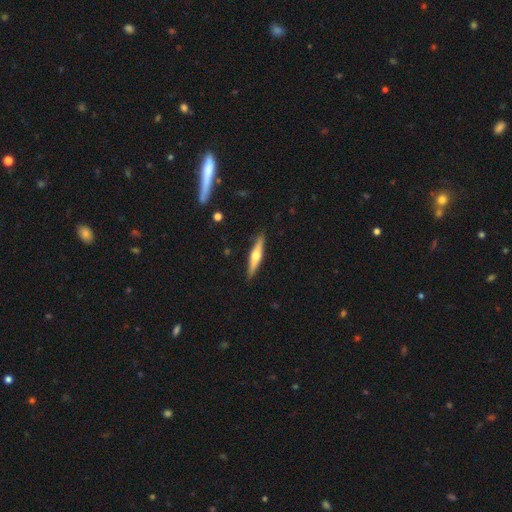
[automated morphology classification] smooth-or-featured: featured or disk: 61% | smooth: 34% | star or artifact: 5%
  disk-edge-on: yes: 96% | no: 4%
    edge-on-bulge: rounded: 91% | boxy: 4% | none: 4%
  merging: none: 90% | minor disturbance: 7% | major disturbance: 2% | merger: 1%